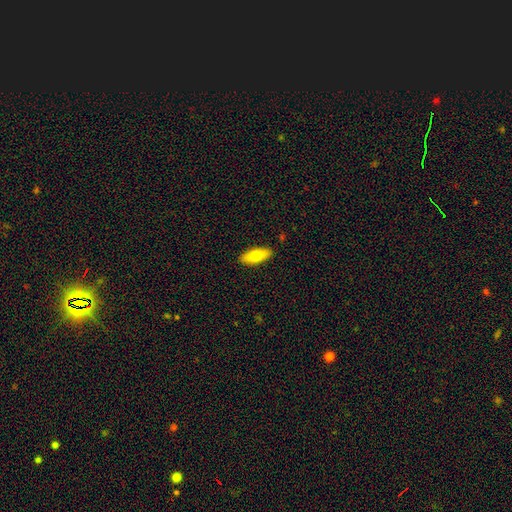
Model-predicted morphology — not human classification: Q: Smooth or featured?
A: smooth (73%); runner-up: featured or disk (21%)
Q: How rounded?
A: in between (79%); runner-up: cigar-shaped (18%)
Q: Merging?
A: none (89%); runner-up: minor disturbance (8%)